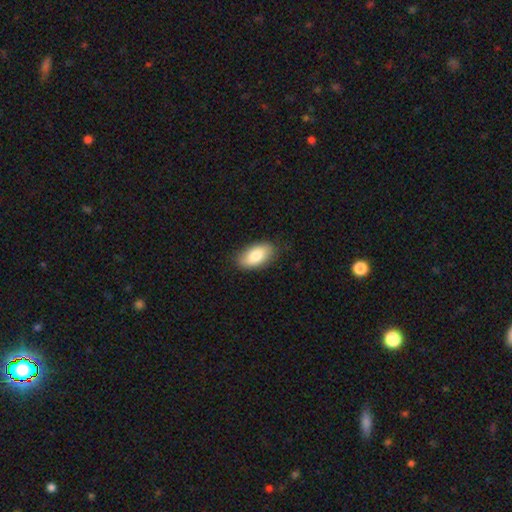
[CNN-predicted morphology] Smooth or featured? smooth (80%)
How rounded? in between (92%)
Merging? none (84%)